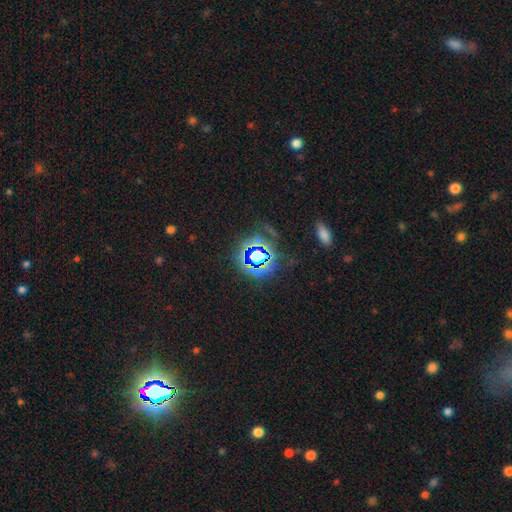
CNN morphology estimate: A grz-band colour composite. It shows a star or artifact, not a galaxy (71%).